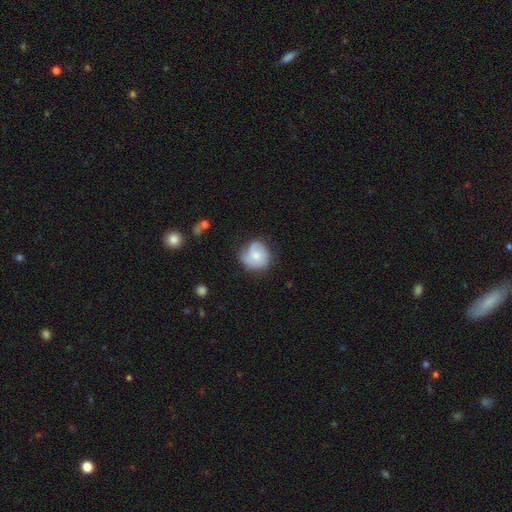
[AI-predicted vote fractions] Smooth or featured? smooth (56%)
How rounded? round (75%)
Merging? none (45%)